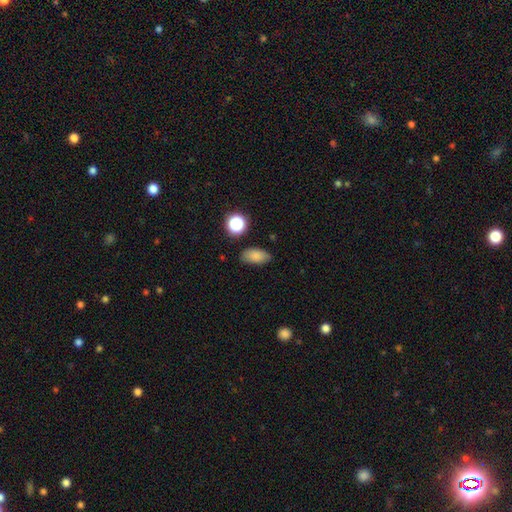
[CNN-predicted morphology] The model was most divided on "merging": none: 77%, minor disturbance: 17%, major disturbance: 4%, merger: 2%. More confident: how rounded — in between (89%); smooth or featured — smooth (83%).